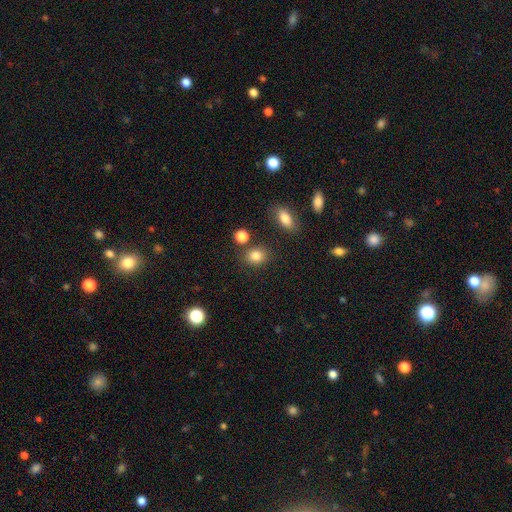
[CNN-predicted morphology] smooth 84%, star or artifact 11%, featured or disk 6%. Down the decision tree: how rounded — round (57%); merging — none (79%).